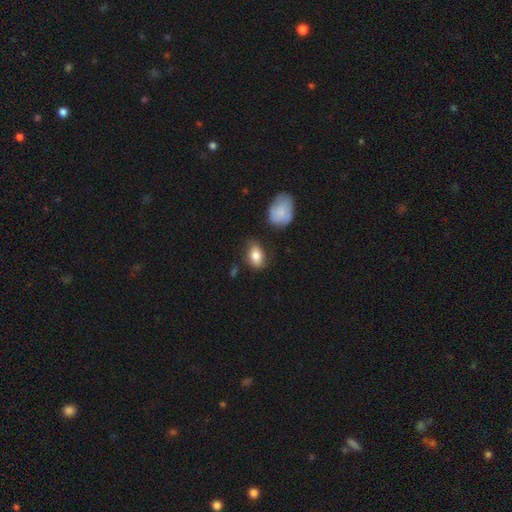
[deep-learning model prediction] This appears to be a smooth galaxy with no disk features (81%) that is in between round and cigar-shaped (85%). Merging: none (73%).